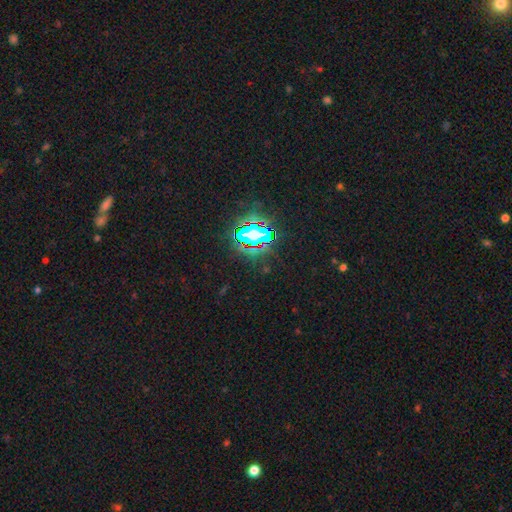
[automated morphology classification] The model was most divided on "smooth or featured": star or artifact: 83%, smooth: 11%, featured or disk: 6%.